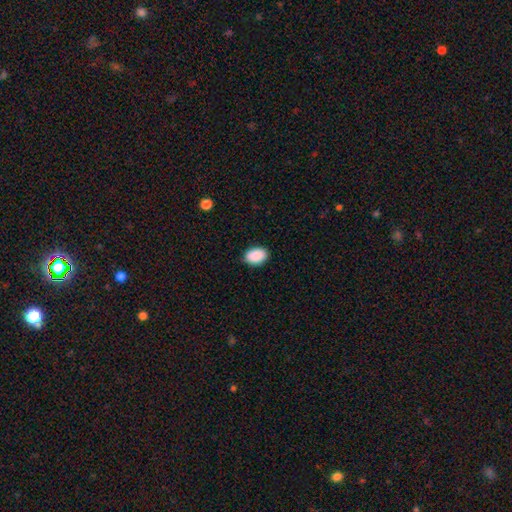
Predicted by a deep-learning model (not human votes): The model was most divided on "how rounded": in between: 87%, round: 12%, cigar-shaped: 1%. More confident: smooth or featured — smooth (91%); merging — none (88%).